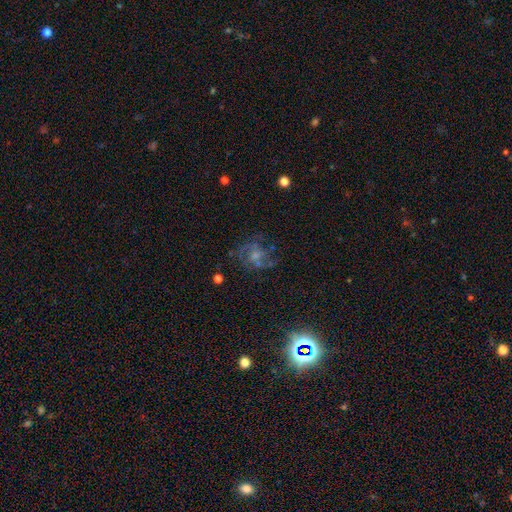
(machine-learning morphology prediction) A featured or disk galaxy (60%) with no bar (73%), spiral arms (65%) and a moderate central bulge (38%).

Vote fractions:
- Smooth or featured? featured or disk: 60% / smooth: 25% / star or artifact: 15%
- Edge-on disk? no: 98% / yes: 2%
- Bar? no: 73% / weak: 23% / strong: 4%
- Spiral arms? yes: 65% / no: 35%
- Bulge size? moderate: 38% / small: 31% / none: 22% / large: 7% / dominant: 2%
- Merging? none: 57% / major disturbance: 20% / minor disturbance: 19% / merger: 4%